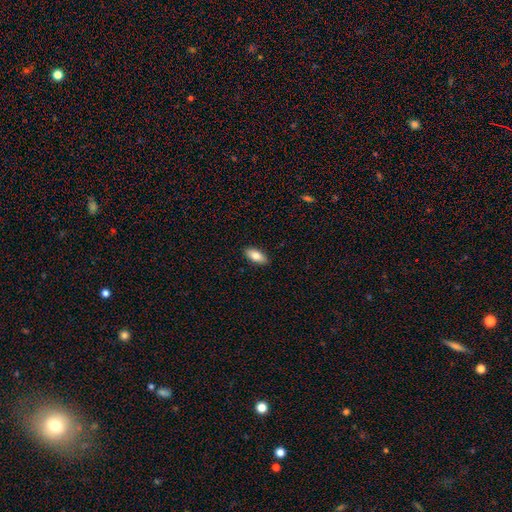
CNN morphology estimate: smooth 82%, featured or disk 12%, star or artifact 7%. Down the decision tree: how rounded — in between (88%); merging — none (89%).